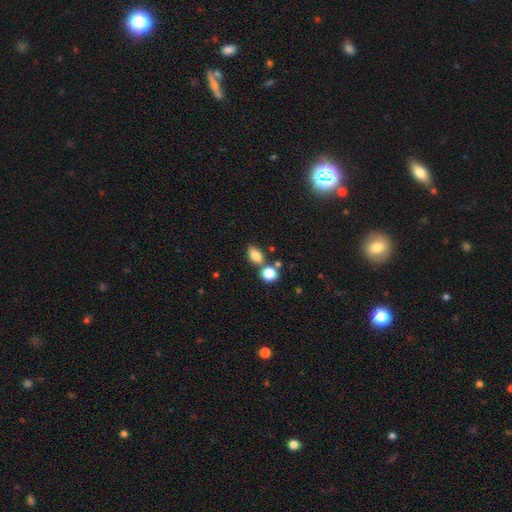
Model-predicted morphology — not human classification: The model was most divided on "merging": none: 62%, merger: 21%, minor disturbance: 13%, major disturbance: 4%. More confident: smooth or featured — smooth (81%); how rounded — in between (81%).